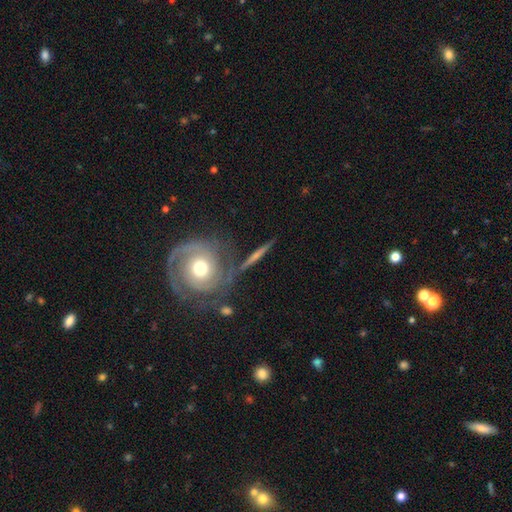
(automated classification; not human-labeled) A featured or disk galaxy (71%) with no bar (68%), spiral arms (82%) and a moderate central bulge (69%). Merging: none (62%).